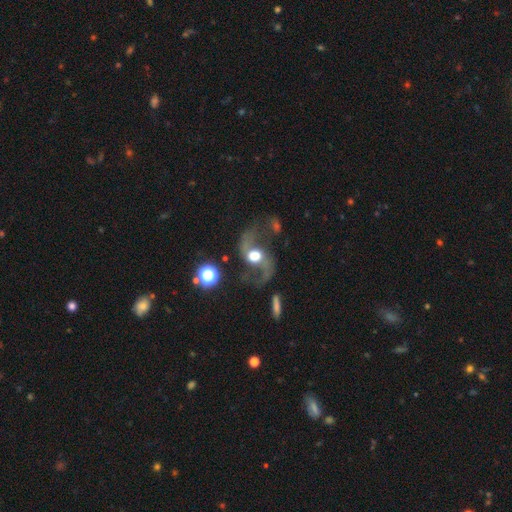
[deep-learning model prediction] smooth-or-featured: featured or disk: 85% | smooth: 9% | star or artifact: 7%
  disk-edge-on: no: 97% | yes: 3%
    bar: no: 49% | weak: 36% | strong: 14%
    has-spiral-arms: yes: 94% | no: 6%
      spiral-winding: loose: 78% | medium: 19% | tight: 3%
      spiral-arm-count: 2: 94% | 1: 2% | can't tell: 2% | 3: 1% | 4: 1% | more than 4: 1%
    bulge-size: moderate: 51% | large: 36% | small: 6% | dominant: 5% | none: 2%
  merging: none: 64% | major disturbance: 16% | minor disturbance: 15% | merger: 5%